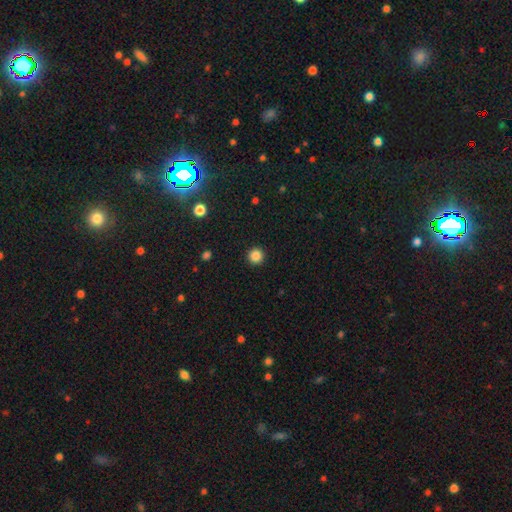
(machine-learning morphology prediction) Overall: smooth (86%). How rounded: round (96%). Merging: none (93%).